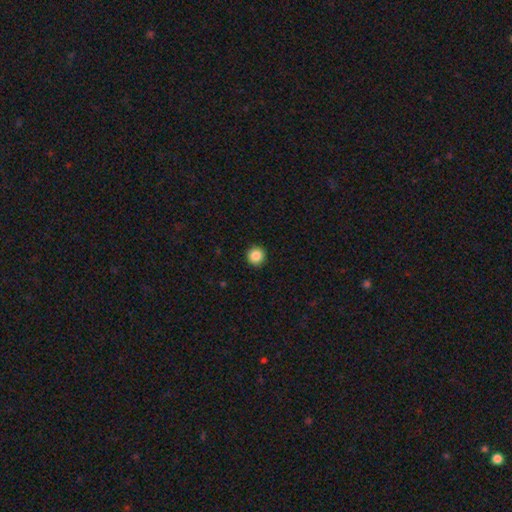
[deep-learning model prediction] smooth-or-featured: smooth: 87% | star or artifact: 9% | featured or disk: 4%
  how-rounded: round: 95% | in between: 4% | cigar-shaped: 1%
  merging: none: 93% | minor disturbance: 5% | major disturbance: 1% | merger: 1%